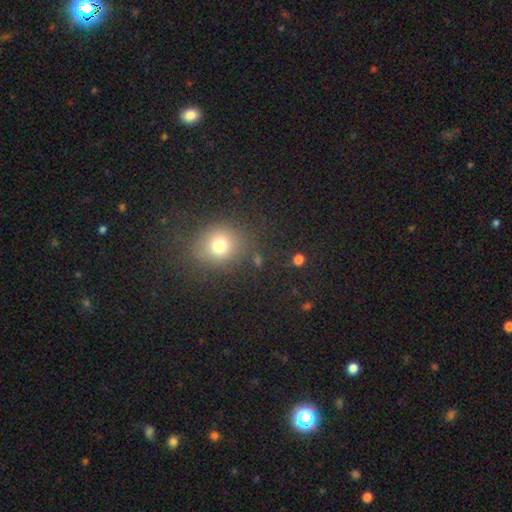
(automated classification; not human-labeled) A smooth galaxy with no disk features (69%) that is round (77%). Merging: none (84%).